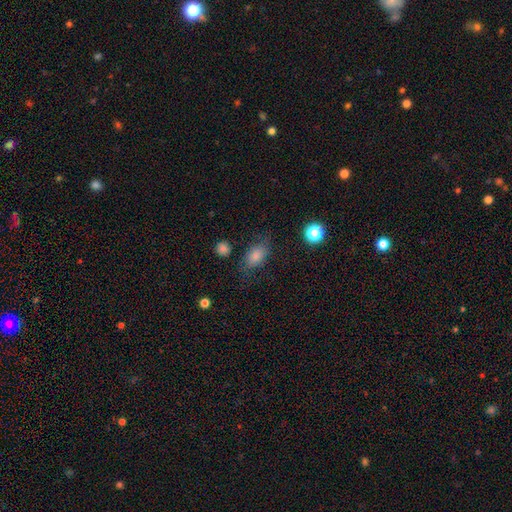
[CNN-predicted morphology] smooth 70%, featured or disk 16%, star or artifact 14%. Down the decision tree: how rounded — in between (77%); merging — none (69%).